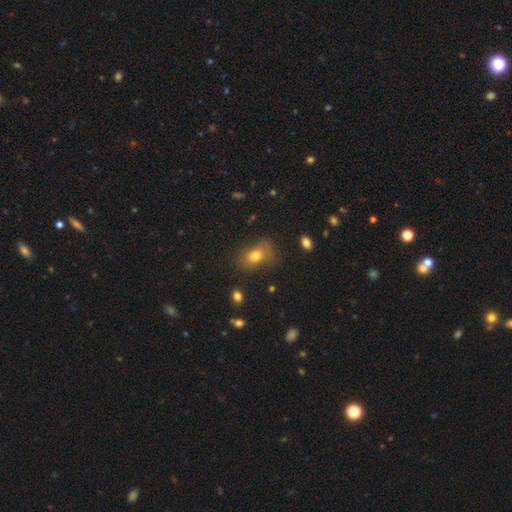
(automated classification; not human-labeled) Overall: smooth (73%). How rounded: in between (71%). Merging: none (63%).